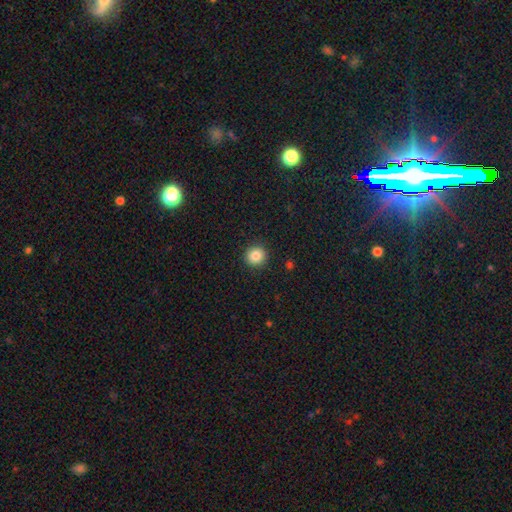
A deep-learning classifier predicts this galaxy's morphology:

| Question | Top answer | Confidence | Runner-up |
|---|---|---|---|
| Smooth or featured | smooth | 85% | star or artifact (10%) |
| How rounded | round | 94% | in between (6%) |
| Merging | none | 92% | minor disturbance (5%) |